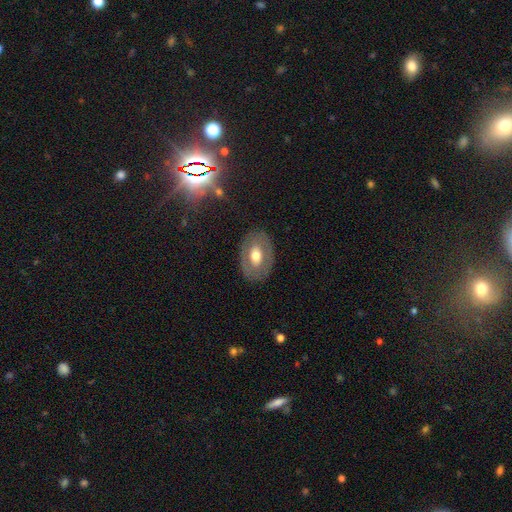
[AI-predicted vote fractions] smooth_or_featured: featured or disk (p=0.48) [alt: smooth p=0.45]
merging: none (p=0.82) [alt: minor disturbance p=0.12]